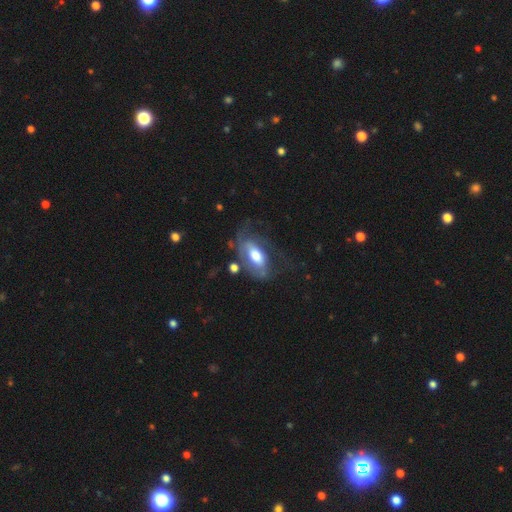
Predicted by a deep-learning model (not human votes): Smooth or featured? featured or disk (56%)
Edge-on disk? no (88%)
Merging? none (44%)